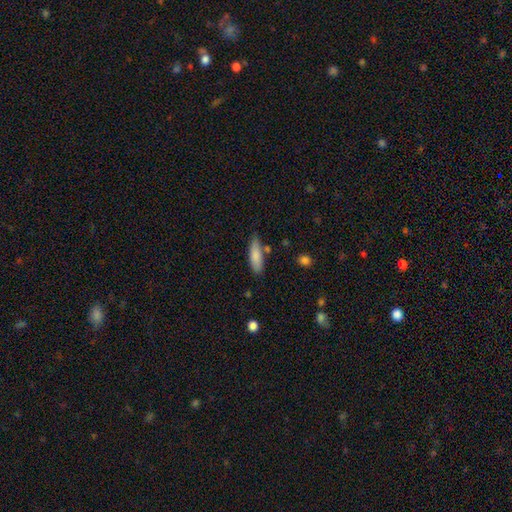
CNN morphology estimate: A smooth galaxy with no disk features (83%) that is in between round and cigar-shaped (51%). Merging: none (71%).